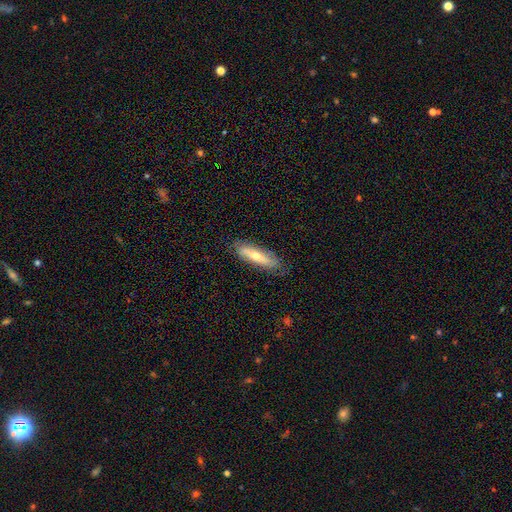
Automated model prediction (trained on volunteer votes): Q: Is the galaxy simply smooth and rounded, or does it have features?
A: smooth — 49%.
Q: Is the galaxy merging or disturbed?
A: none — 78%.